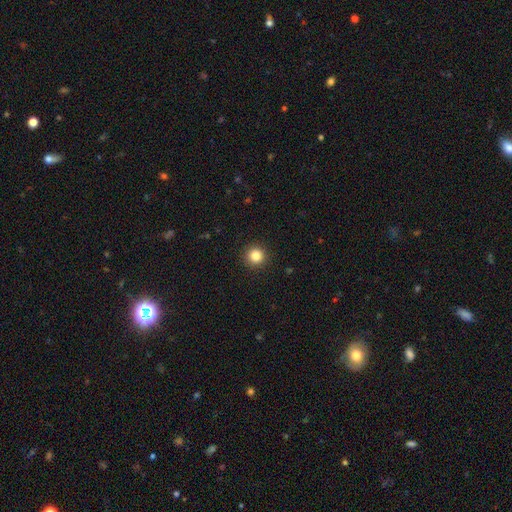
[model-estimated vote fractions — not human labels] Morphology: type=smooth (85%); roundness=round (95%); merging=none (92%).